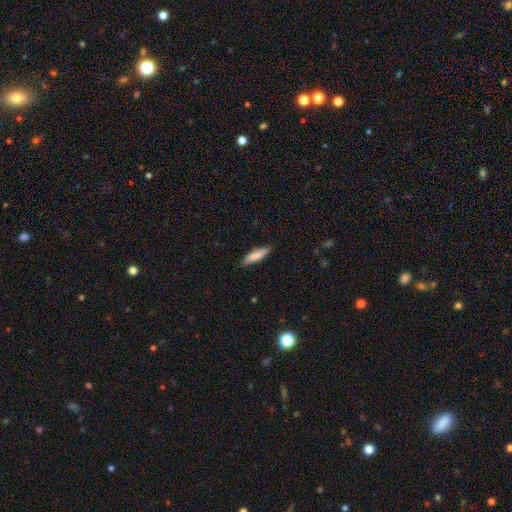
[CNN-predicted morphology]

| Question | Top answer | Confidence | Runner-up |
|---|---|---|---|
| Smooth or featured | smooth | 79% | featured or disk (15%) |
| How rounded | cigar-shaped | 78% | in between (21%) |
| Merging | none | 86% | minor disturbance (11%) |